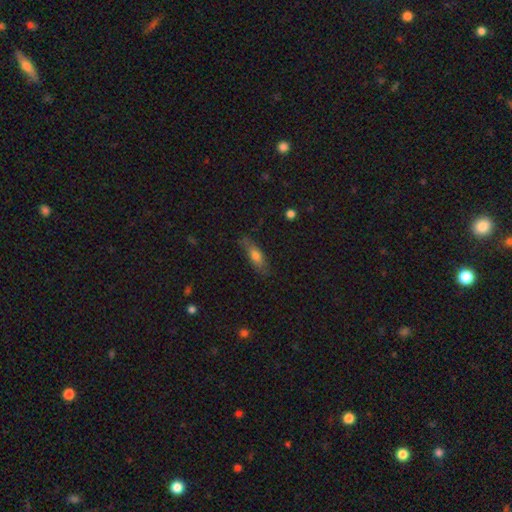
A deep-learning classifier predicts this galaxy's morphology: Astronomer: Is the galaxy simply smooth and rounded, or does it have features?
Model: smooth — 68%.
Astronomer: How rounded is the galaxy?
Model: in between — 56% (runner-up: cigar-shaped, 41%).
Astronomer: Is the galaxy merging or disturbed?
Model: none — 71%.